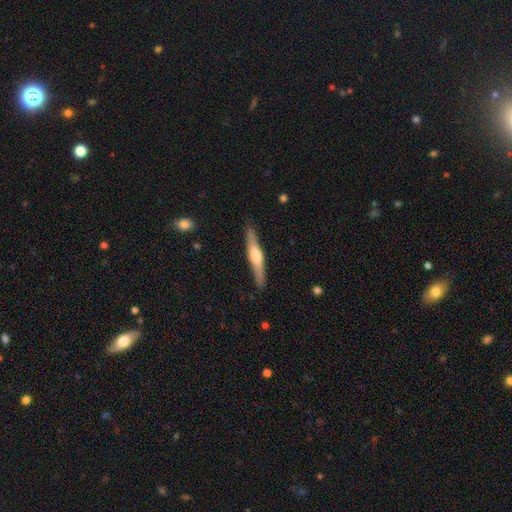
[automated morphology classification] Smooth or featured?
  - featured or disk: 62% *
  - smooth: 33%
  - star or artifact: 5%
Edge-on disk?
  - yes: 96% *
  - no: 4%
Edge-on bulge?
  - rounded: 84% *
  - boxy: 10%
  - none: 6%
Merging?
  - none: 87% *
  - minor disturbance: 10%
  - major disturbance: 2%
  - merger: 1%